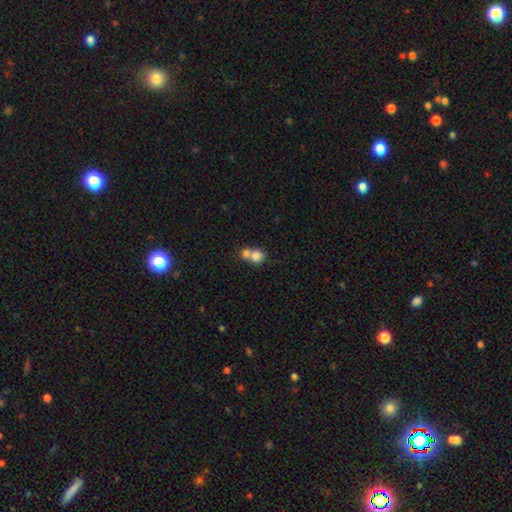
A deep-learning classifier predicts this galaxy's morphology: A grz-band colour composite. It shows a smooth galaxy with no disk features (79%) that is round (79%). Merging: merger (62%).